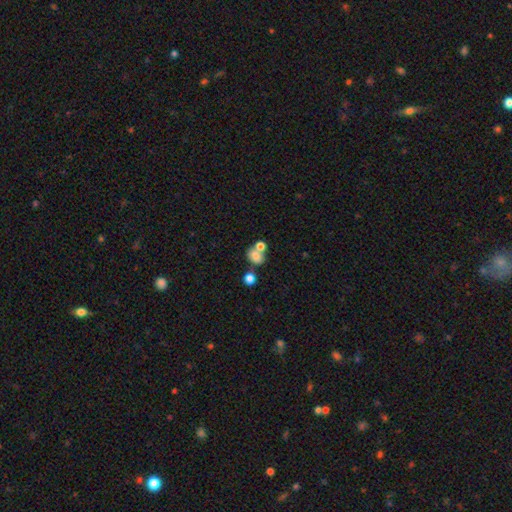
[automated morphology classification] smooth_or_featured: smooth (p=0.76) [alt: featured or disk p=0.12]
how_rounded: in between (p=0.59) [alt: round p=0.39]
merging: merger (p=0.45) [alt: none p=0.37]